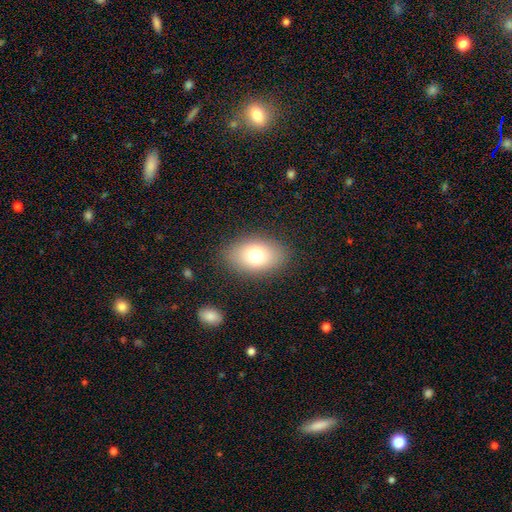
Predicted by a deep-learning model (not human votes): Smooth or featured? smooth (74%)
How rounded? in between (83%)
Merging? none (85%)